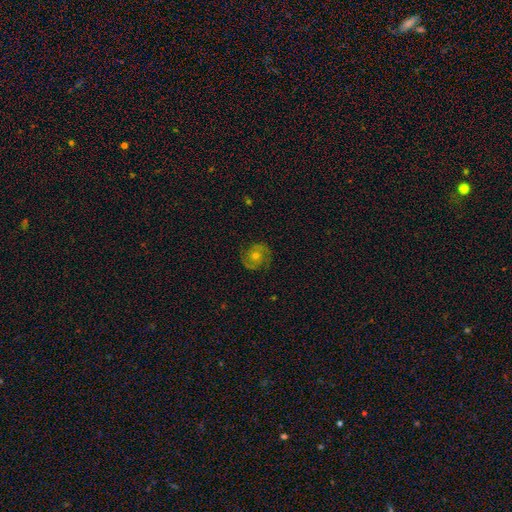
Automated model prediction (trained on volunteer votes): Smooth or featured? Predicted: featured or disk (p=0.78). Edge-on disk? Predicted: no (p=0.98). Bar? Predicted: no (p=0.75). Spiral arms? Predicted: yes (p=0.94). Spiral winding? Predicted: tight (p=0.50). Spiral arm count? Predicted: 2 (p=0.84). Bulge size? Predicted: moderate (p=0.59). Merging? Predicted: none (p=0.83).